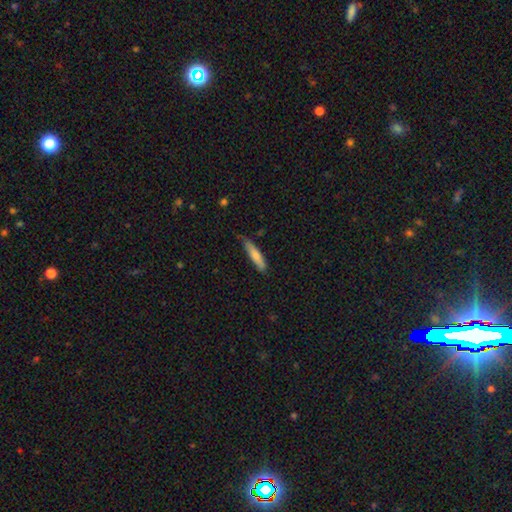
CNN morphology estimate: This is likely a smooth galaxy (76%). How rounded: clearly cigar-shaped (82%). Merging: likely none (68%).